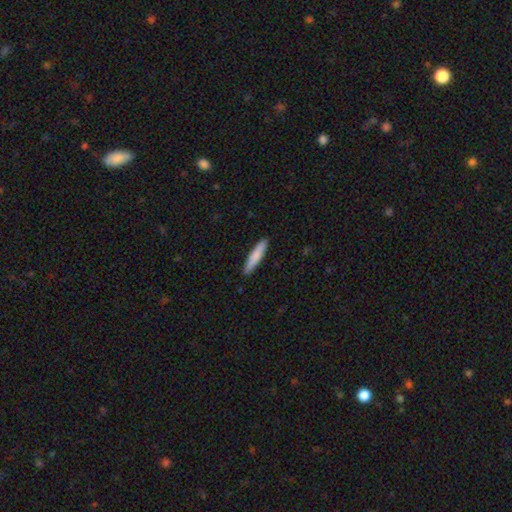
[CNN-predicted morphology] A smooth galaxy with no disk features (81%) that is cigar-shaped (88%). Merging: none (90%).